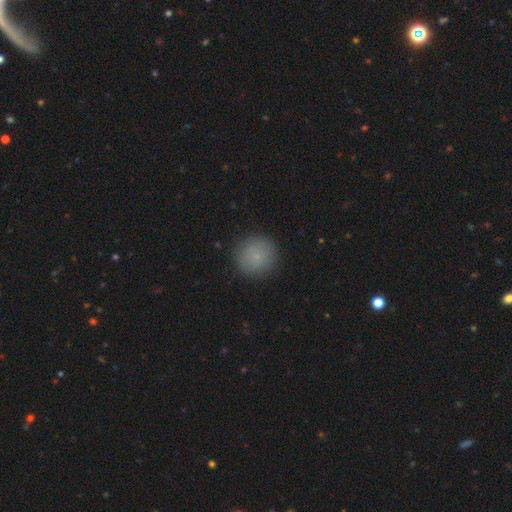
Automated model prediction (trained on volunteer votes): smooth_or_featured: smooth (p=0.81) [alt: star or artifact p=0.11]
how_rounded: round (p=0.95) [alt: in between p=0.04]
merging: none (p=0.90) [alt: minor disturbance p=0.07]